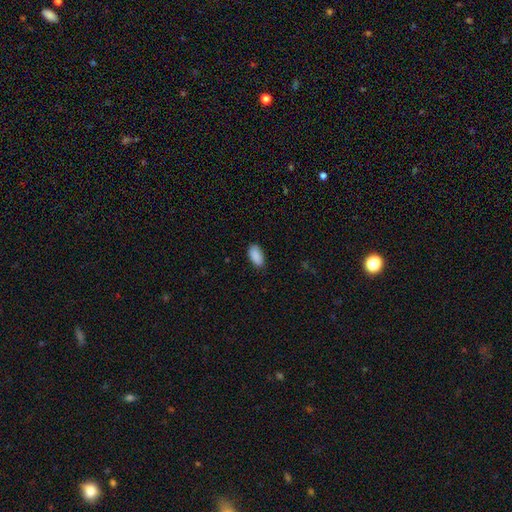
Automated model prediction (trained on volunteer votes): smooth 90%, star or artifact 7%, featured or disk 3%. Down the decision tree: how rounded — in between (94%); merging — none (86%).